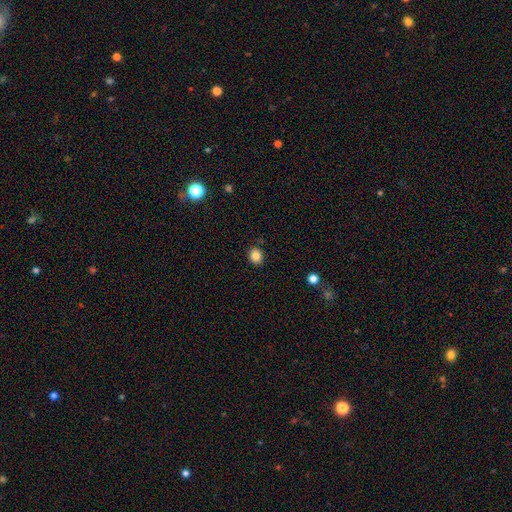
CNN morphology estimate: Smooth or featured: smooth — 85% (star or artifact — 11%)
How rounded: round — 63% (in between — 36%)
Merging: none — 87% (minor disturbance — 9%)